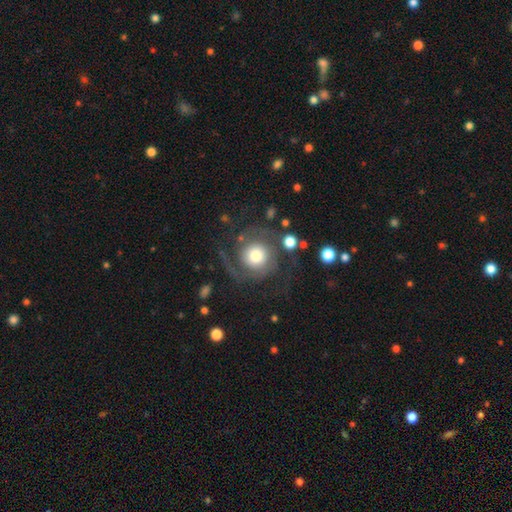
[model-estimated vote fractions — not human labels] smooth_or_featured: featured or disk (p=0.71) [alt: smooth p=0.22]
disk_edge_on: no (p=0.98) [alt: yes p=0.02]
bar: no (p=0.80) [alt: weak p=0.17]
has_spiral_arms: yes (p=0.91) [alt: no p=0.09]
spiral_winding: medium (p=0.44) [alt: tight p=0.31]
spiral_arm_count: 2 (p=0.72) [alt: can't tell p=0.08]
bulge_size: large (p=0.41) [tied with: moderate p=0.41]
merging: none (p=0.64) [alt: major disturbance p=0.19]